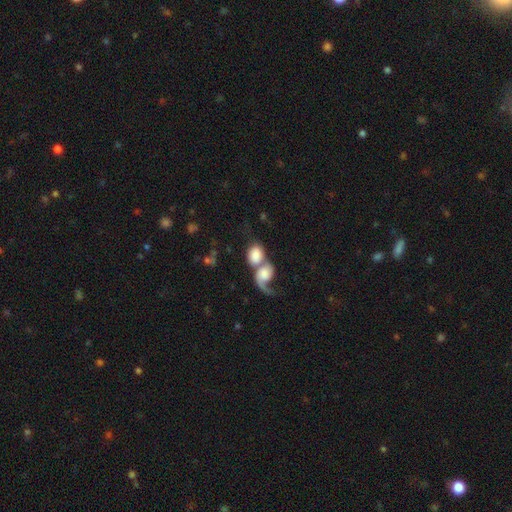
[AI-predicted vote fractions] Smooth or featured: smooth — 63% (featured or disk — 30%)
How rounded: round — 52% (in between — 46%)
Merging: merger — 76% (none — 10%)